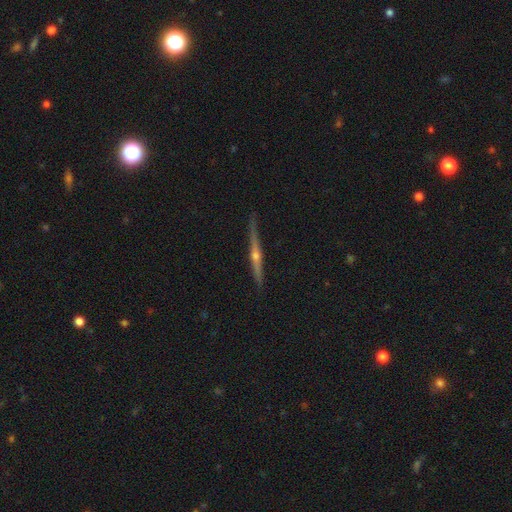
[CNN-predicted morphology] This is clearly a featured or disk galaxy (81%). It is clearly viewed edge-on (98%). Edge-on bulge: clearly rounded (90%). Merging: clearly none (89%).